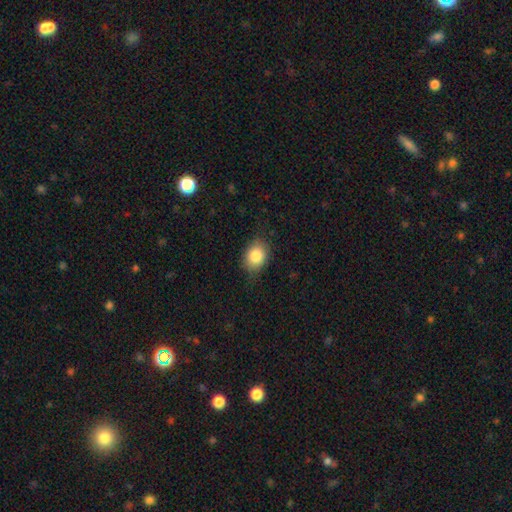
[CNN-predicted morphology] The model was most divided on "how rounded": in between: 64%, round: 35%, cigar-shaped: 1%. More confident: smooth or featured — smooth (84%); merging — none (78%).